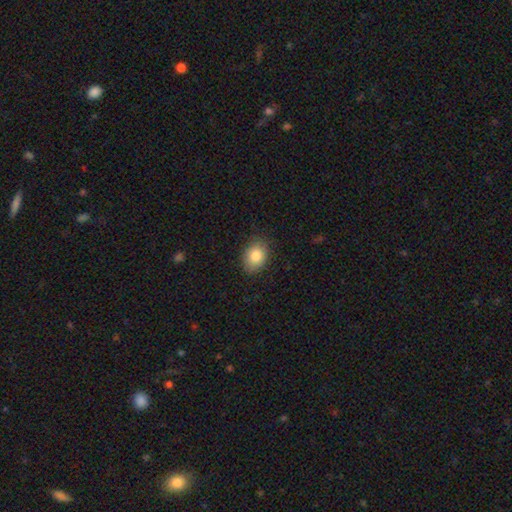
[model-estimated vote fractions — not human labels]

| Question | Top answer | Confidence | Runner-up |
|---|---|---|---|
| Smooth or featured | smooth | 85% | star or artifact (8%) |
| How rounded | in between | 72% | round (27%) |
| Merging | none | 84% | minor disturbance (12%) |